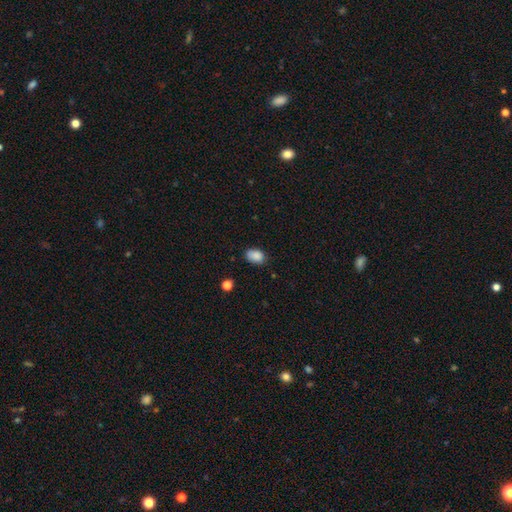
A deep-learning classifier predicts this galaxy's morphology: smooth 87%, star or artifact 9%, featured or disk 4%. Down the decision tree: how rounded — in between (82%); merging — none (73%).